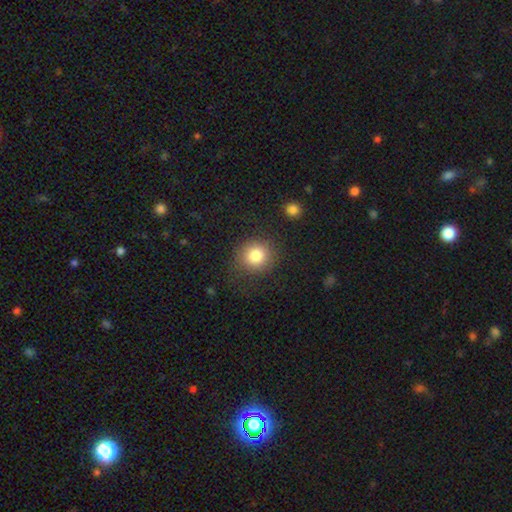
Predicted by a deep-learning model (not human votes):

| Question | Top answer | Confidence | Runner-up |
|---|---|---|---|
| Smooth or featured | smooth | 82% | star or artifact (10%) |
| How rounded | round | 87% | in between (12%) |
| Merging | none | 82% | minor disturbance (11%) |